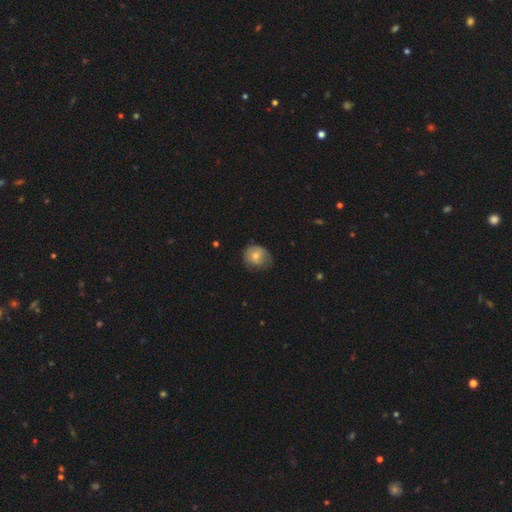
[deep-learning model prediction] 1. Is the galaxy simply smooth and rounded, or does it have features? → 68% smooth, 23% featured or disk, 8% star or artifact.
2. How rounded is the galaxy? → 69% round, 30% in between, 1% cigar-shaped.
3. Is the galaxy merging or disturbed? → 55% none, 32% minor disturbance, 11% major disturbance, 1% merger.